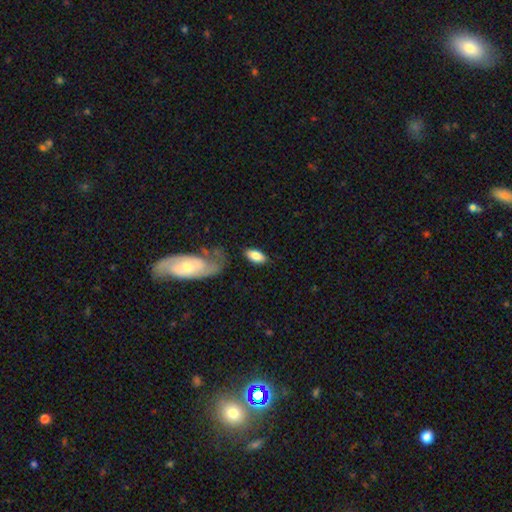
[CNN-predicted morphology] Smooth or featured? Predicted: smooth (p=0.83). How rounded? Predicted: in between (p=0.93). Merging? Predicted: none (p=0.75).